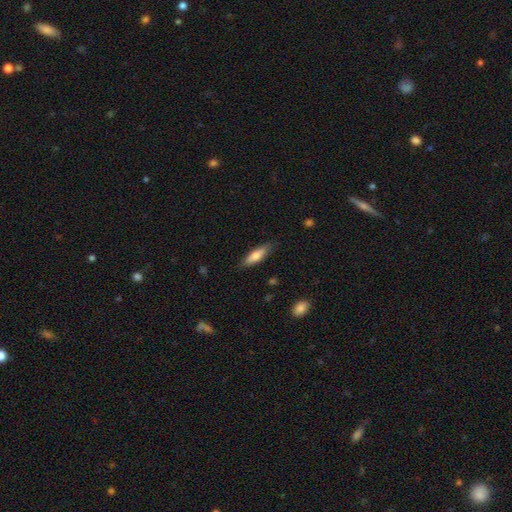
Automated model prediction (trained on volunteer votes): A smooth galaxy with no disk features (72%) that is cigar-shaped (60%). Merging: none (83%).